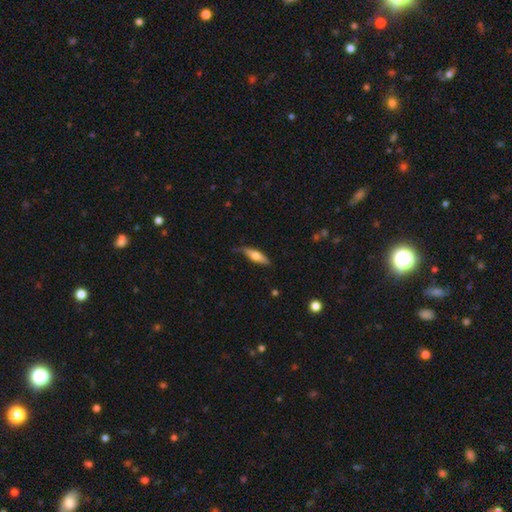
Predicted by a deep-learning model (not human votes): Smooth or featured?
  - smooth: 55% *
  - featured or disk: 39%
  - star or artifact: 6%
How rounded?
  - cigar-shaped: 64% *
  - in between: 34%
  - round: 2%
Merging?
  - none: 69% *
  - minor disturbance: 24%
  - major disturbance: 5%
  - merger: 2%